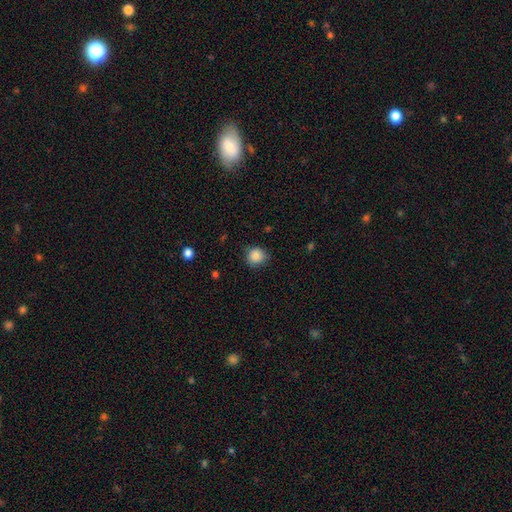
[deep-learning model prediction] Smooth or featured: smooth — 86% (star or artifact — 10%)
How rounded: round — 86% (in between — 13%)
Merging: none — 77% (minor disturbance — 18%)